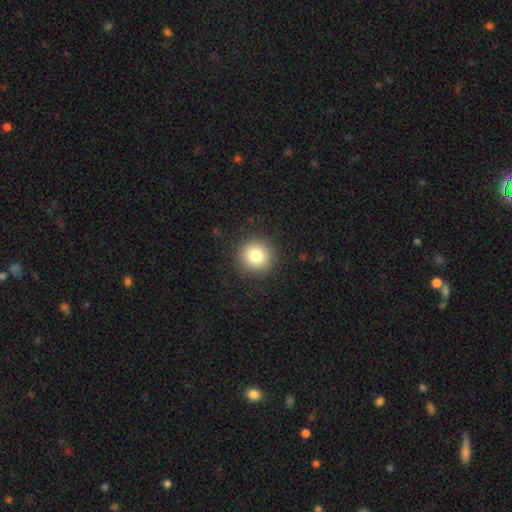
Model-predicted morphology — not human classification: Smooth or featured?
  - smooth: 82% *
  - star or artifact: 10%
  - featured or disk: 8%
How rounded?
  - round: 94% *
  - in between: 5%
  - cigar-shaped: 1%
Merging?
  - none: 91% *
  - minor disturbance: 6%
  - major disturbance: 2%
  - merger: 1%